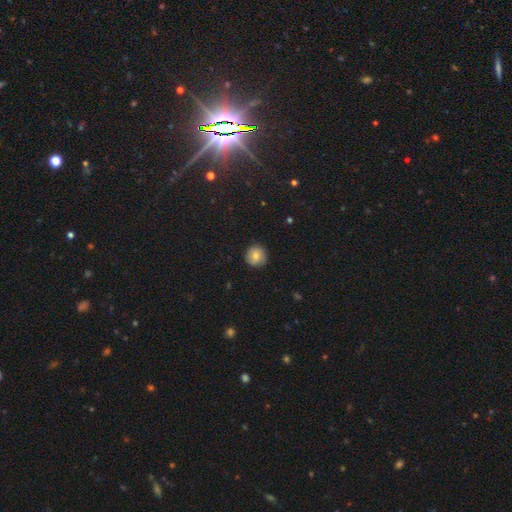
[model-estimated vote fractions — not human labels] The model was most divided on "smooth or featured": smooth: 74%, featured or disk: 16%, star or artifact: 10%. More confident: how rounded — round (93%); merging — none (86%).